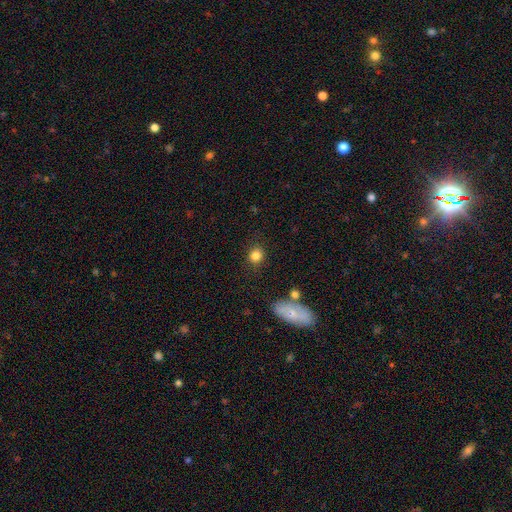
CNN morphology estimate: Q: Smooth or featured?
A: smooth (83%); runner-up: star or artifact (10%)
Q: How rounded?
A: round (80%); runner-up: in between (19%)
Q: Merging?
A: none (85%); runner-up: minor disturbance (9%)